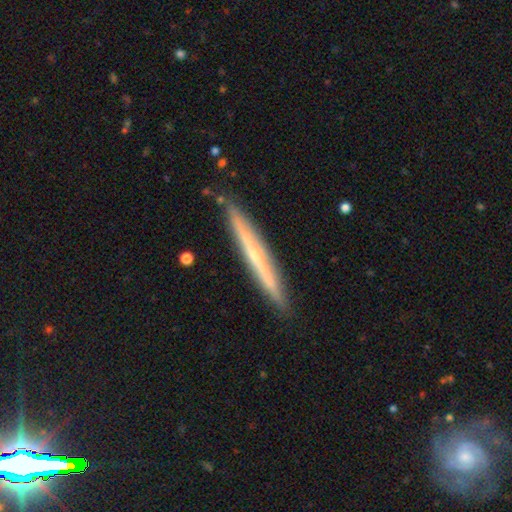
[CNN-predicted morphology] Overall: featured or disk (66%; smooth 28%). Edge-on disk: yes (96%). Edge-on bulge: none (49%; rounded 47%). Merging: none (89%).